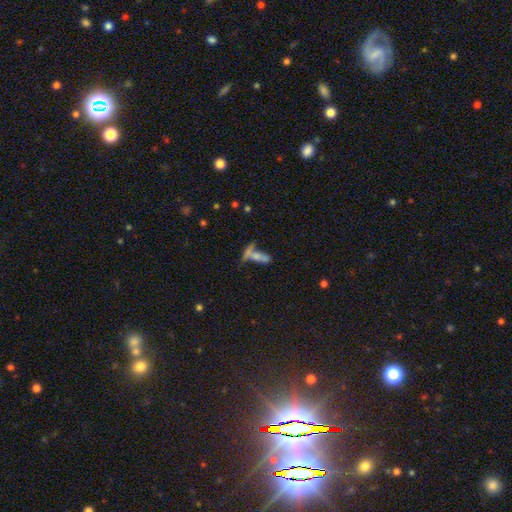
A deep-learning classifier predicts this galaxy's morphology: Smooth or featured?
  - smooth: 55% *
  - featured or disk: 30%
  - star or artifact: 15%
How rounded?
  - cigar-shaped: 49% *
  - in between: 46%
  - round: 5%
Merging?
  - merger: 48% *
  - none: 28%
  - major disturbance: 13%
  - minor disturbance: 11%